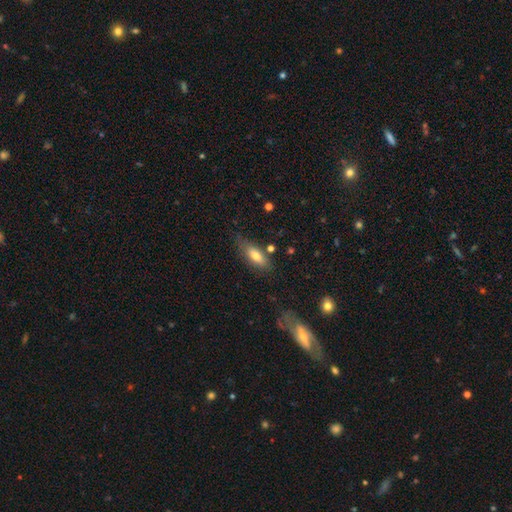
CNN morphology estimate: Smooth or featured? Predicted: smooth (p=0.73). How rounded? Predicted: in between (p=0.71). Merging? Predicted: none (p=0.66).